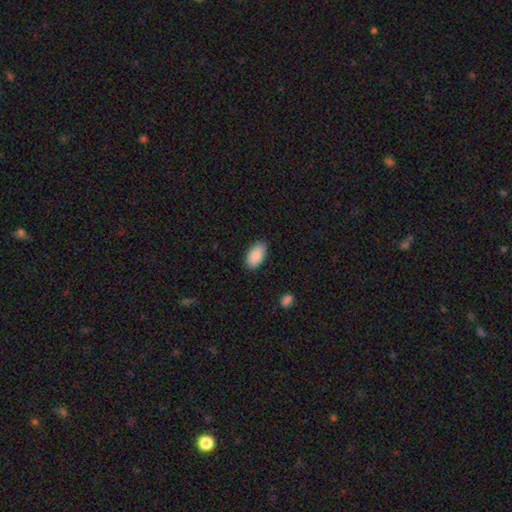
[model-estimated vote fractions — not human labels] smooth_or_featured: smooth (p=0.89) [alt: star or artifact p=0.06]
how_rounded: in between (p=0.95) [alt: cigar-shaped p=0.03]
merging: none (p=0.87) [alt: minor disturbance p=0.10]